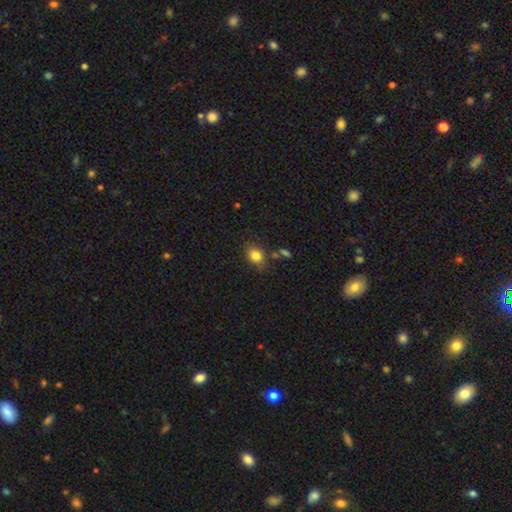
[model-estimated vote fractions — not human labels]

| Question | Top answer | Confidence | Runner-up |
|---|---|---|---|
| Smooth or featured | smooth | 82% | star or artifact (11%) |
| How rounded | in between | 54% | round (45%) |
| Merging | none | 72% | minor disturbance (17%) |